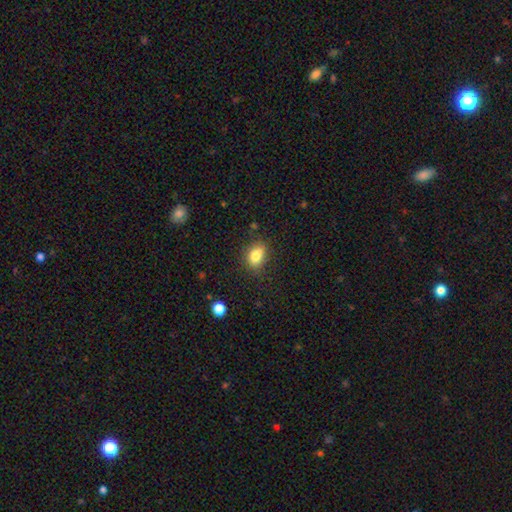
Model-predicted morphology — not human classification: Smooth or featured?
  - smooth: 81% *
  - star or artifact: 10%
  - featured or disk: 9%
How rounded?
  - in between: 74% *
  - round: 24%
  - cigar-shaped: 3%
Merging?
  - none: 71% *
  - minor disturbance: 21%
  - major disturbance: 5%
  - merger: 3%